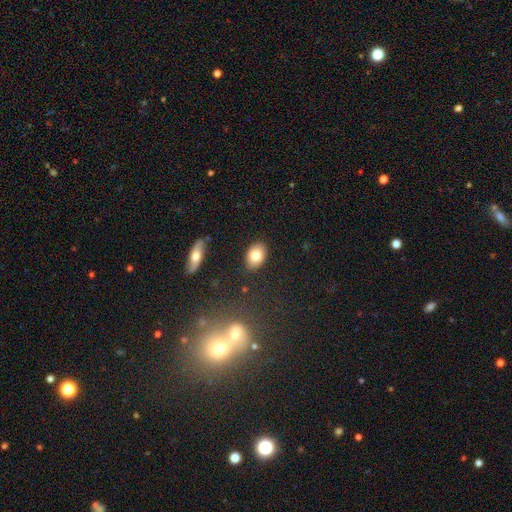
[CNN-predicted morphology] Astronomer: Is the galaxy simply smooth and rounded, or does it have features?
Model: smooth — 80%.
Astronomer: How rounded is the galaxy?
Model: in between — 82%.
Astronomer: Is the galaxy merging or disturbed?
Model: none — 87%.